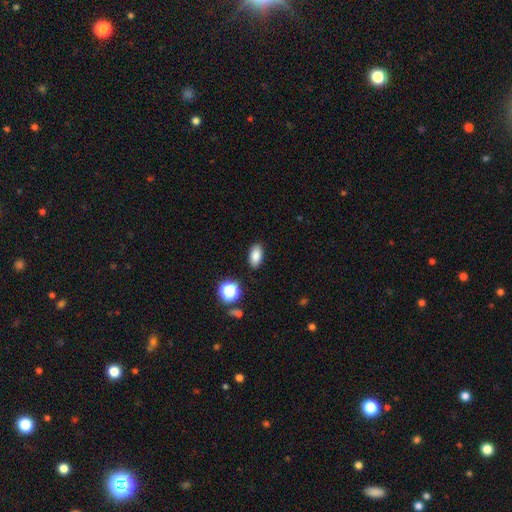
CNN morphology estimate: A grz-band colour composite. It shows a smooth galaxy with no disk features (84%) that is in between round and cigar-shaped (90%). Merging: none (87%).